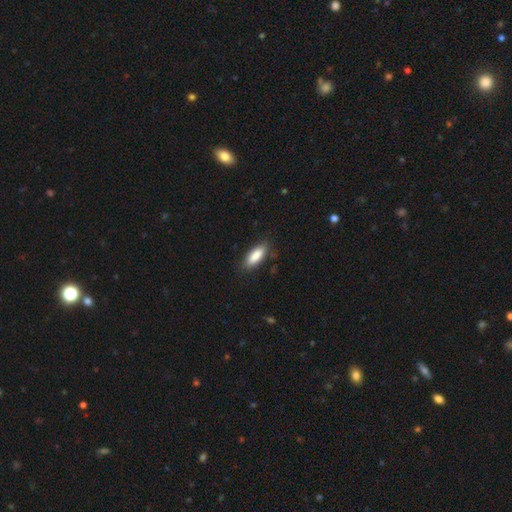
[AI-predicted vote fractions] Smooth or featured? Predicted: smooth (p=0.86). How rounded? Predicted: in between (p=0.71). Merging? Predicted: none (p=0.83).